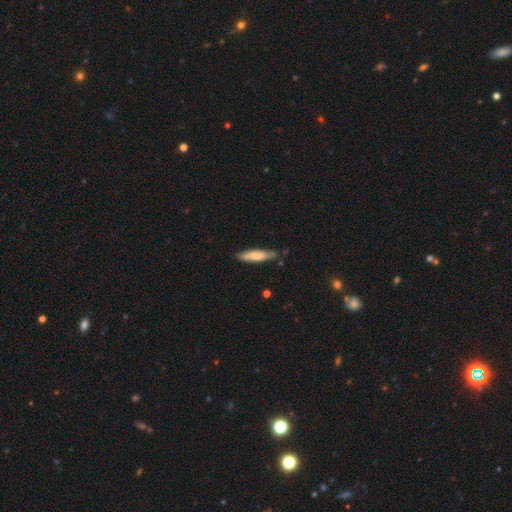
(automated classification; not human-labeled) This is likely a smooth galaxy (73%). How rounded: likely cigar-shaped (74%). Merging: likely none (76%).